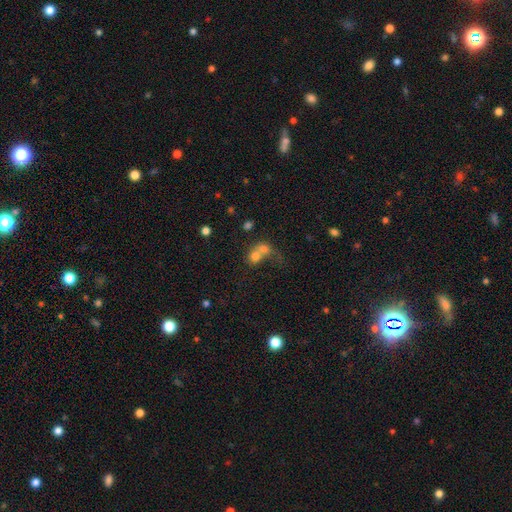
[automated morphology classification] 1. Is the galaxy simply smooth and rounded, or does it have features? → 70% smooth, 18% featured or disk, 12% star or artifact.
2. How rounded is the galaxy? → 65% round, 34% in between, 1% cigar-shaped.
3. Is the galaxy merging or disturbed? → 70% merger, 17% none, 8% major disturbance, 6% minor disturbance.